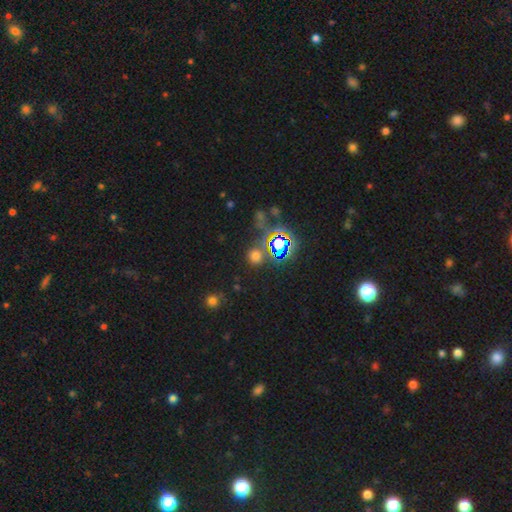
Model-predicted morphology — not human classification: Smooth or featured? Predicted: smooth (p=0.52). How rounded? Predicted: round (p=0.84). Merging? Predicted: none (p=0.79).